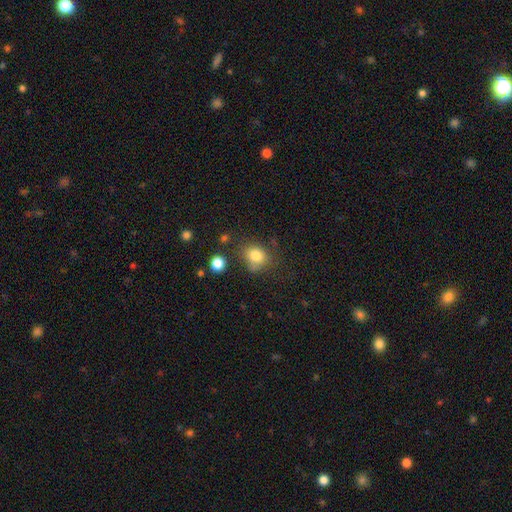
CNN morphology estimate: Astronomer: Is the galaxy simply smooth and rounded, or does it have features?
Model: smooth — 81%.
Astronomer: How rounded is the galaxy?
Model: round — 60% (runner-up: in between, 39%).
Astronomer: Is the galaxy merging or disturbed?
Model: none — 62%.